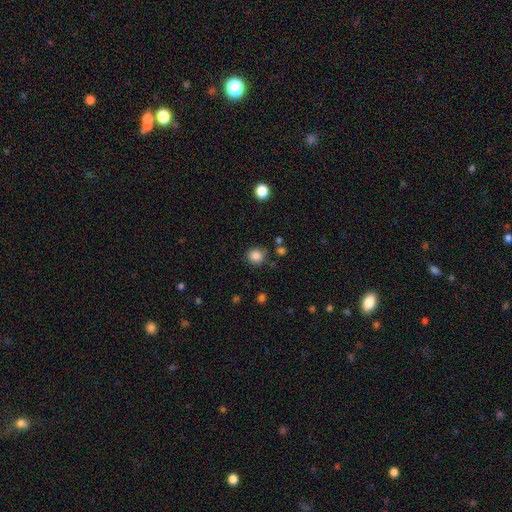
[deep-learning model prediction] This appears to be a smooth galaxy with no disk features (85%) that is round (89%). Merging: none (82%).